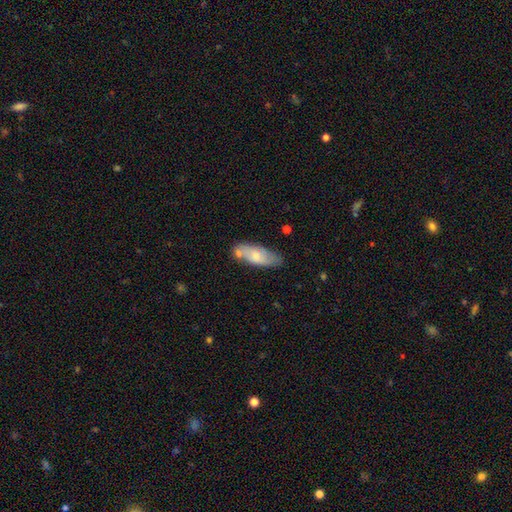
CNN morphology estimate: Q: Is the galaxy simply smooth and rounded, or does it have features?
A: smooth — 65%.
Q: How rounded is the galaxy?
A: in between — 72%.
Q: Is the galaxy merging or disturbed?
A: none — 60%.